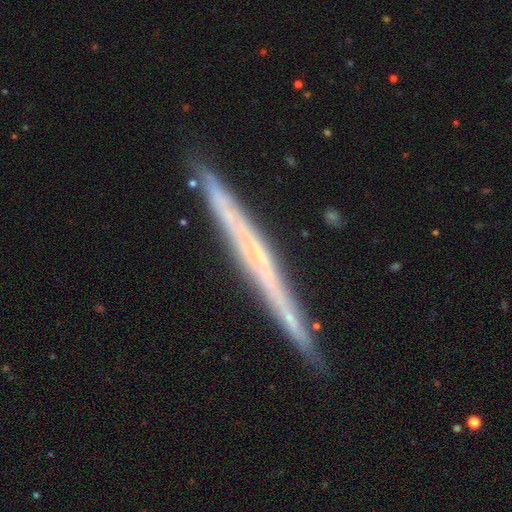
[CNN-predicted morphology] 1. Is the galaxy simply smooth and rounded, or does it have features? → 72% featured or disk, 21% smooth, 6% star or artifact.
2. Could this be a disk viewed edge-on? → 97% yes, 3% no.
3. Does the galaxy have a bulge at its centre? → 81% none, 14% rounded, 5% boxy.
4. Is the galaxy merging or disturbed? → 87% none, 10% minor disturbance, 2% merger, 2% major disturbance.